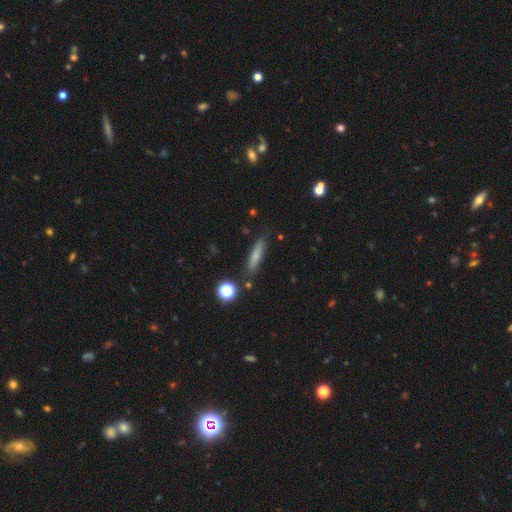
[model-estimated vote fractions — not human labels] This is likely a smooth galaxy (72%). How rounded: clearly cigar-shaped (83%). Merging: clearly none (82%).